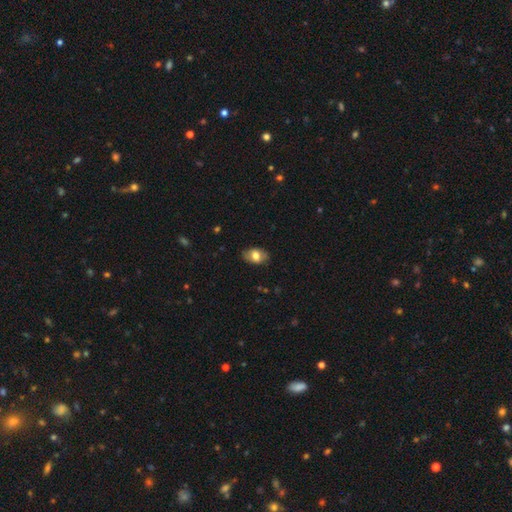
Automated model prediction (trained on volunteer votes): smooth-or-featured: smooth: 75% | featured or disk: 17% | star or artifact: 8%
  how-rounded: in between: 86% | round: 12% | cigar-shaped: 1%
  merging: none: 84% | minor disturbance: 13% | major disturbance: 3% | merger: 1%